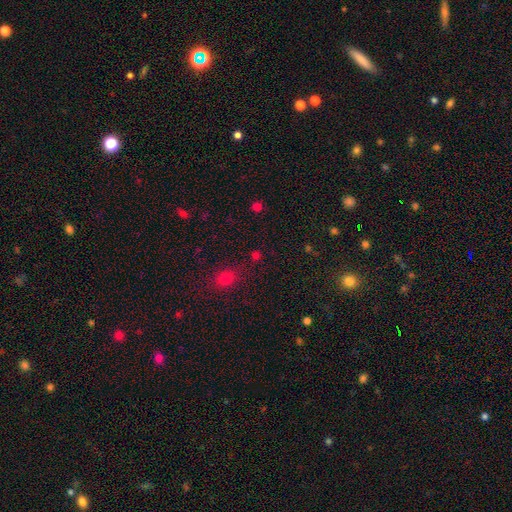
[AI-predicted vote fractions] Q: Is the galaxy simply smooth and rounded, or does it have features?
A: smooth — 61%.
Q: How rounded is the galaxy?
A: round — 82%.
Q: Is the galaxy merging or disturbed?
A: none — 80%.